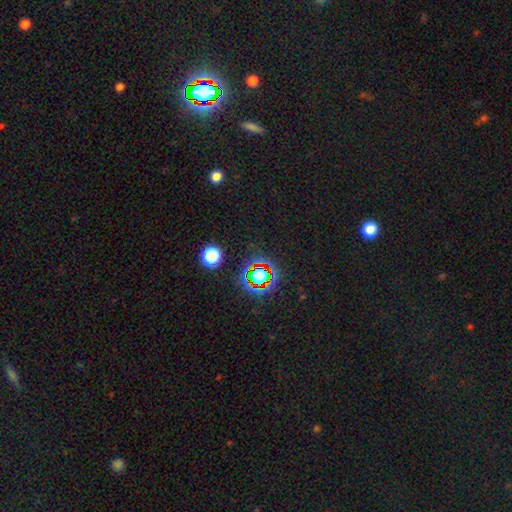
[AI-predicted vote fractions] smooth_or_featured: star or artifact (p=0.76) [alt: smooth p=0.15]